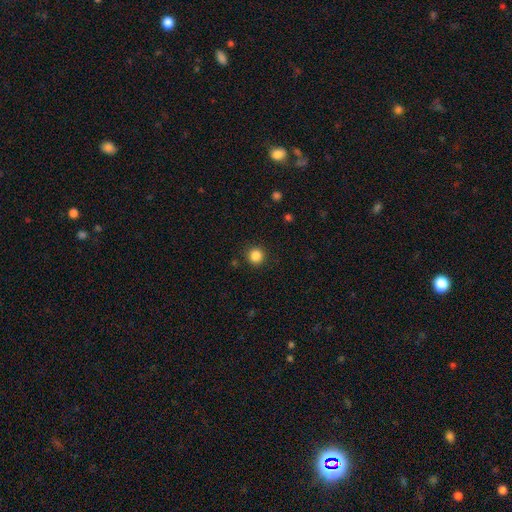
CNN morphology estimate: Q: Smooth or featured?
A: smooth (85%); runner-up: star or artifact (11%)
Q: How rounded?
A: round (94%); runner-up: in between (5%)
Q: Merging?
A: none (91%); runner-up: minor disturbance (6%)